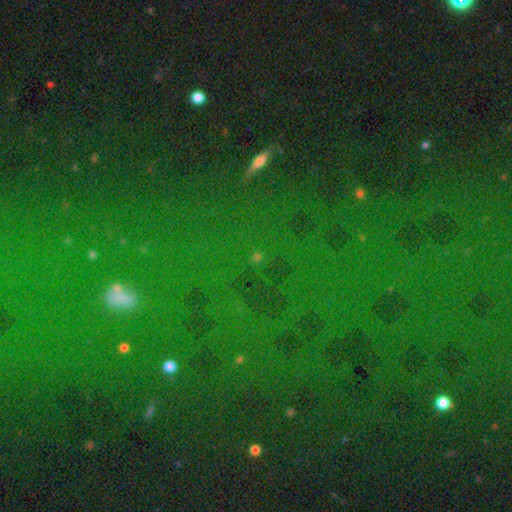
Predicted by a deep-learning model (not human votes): This is likely a star or artifact rather than a galaxy (77%).